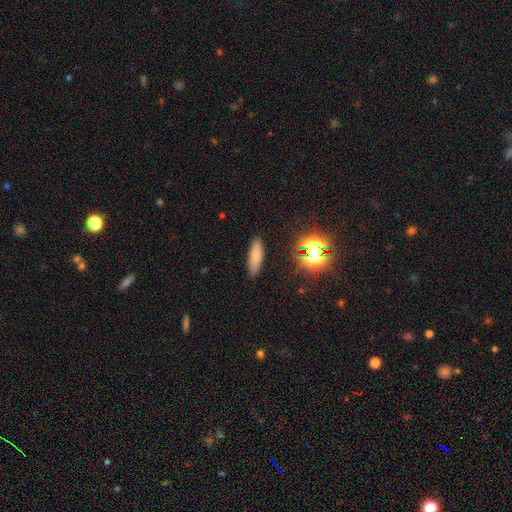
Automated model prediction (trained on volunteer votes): This appears to be a smooth galaxy with no disk features (76%) that is cigar-shaped (59%). Merging: none (87%).